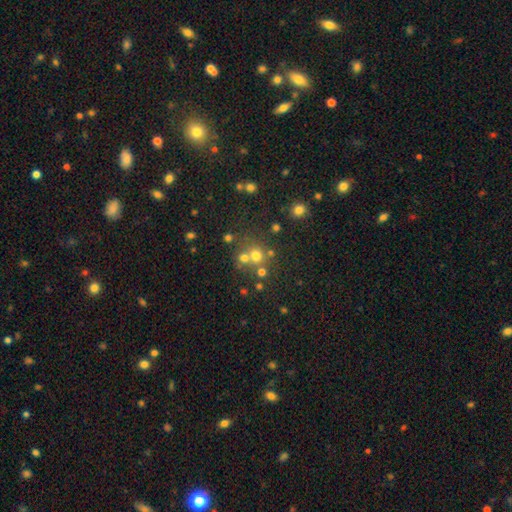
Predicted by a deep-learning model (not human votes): A smooth galaxy with no disk features (64%) that is round (87%).

Vote fractions:
- Smooth or featured? smooth: 64% / star or artifact: 23% / featured or disk: 13%
- How rounded? round: 87% / in between: 12% / cigar-shaped: 1%
- Merging? none: 55% / merger: 32% / minor disturbance: 8% / major disturbance: 4%